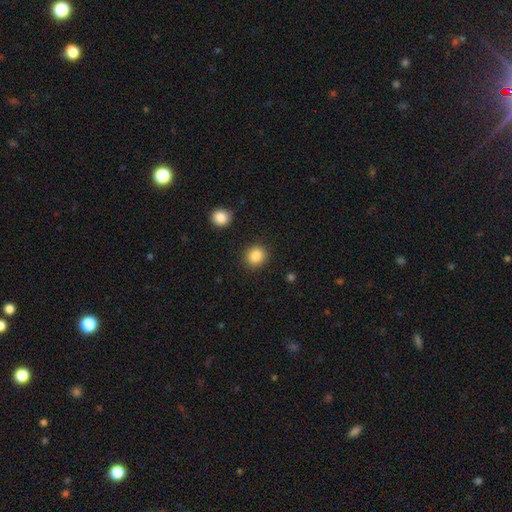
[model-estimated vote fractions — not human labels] Smooth or featured?
  - smooth: 87% *
  - star or artifact: 9%
  - featured or disk: 4%
How rounded?
  - round: 88% *
  - in between: 11%
  - cigar-shaped: 1%
Merging?
  - none: 90% *
  - minor disturbance: 6%
  - major disturbance: 2%
  - merger: 2%